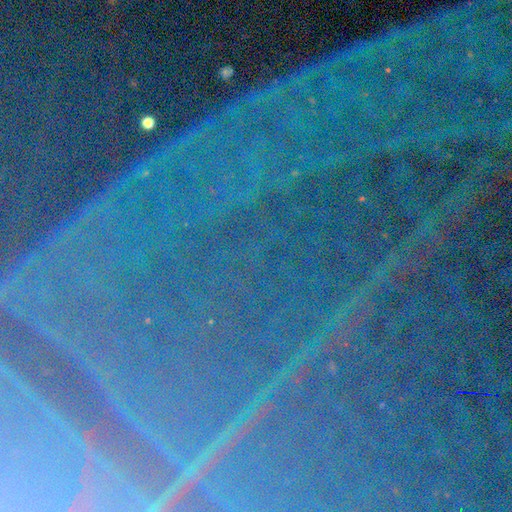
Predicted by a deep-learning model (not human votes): A star or artifact, not a galaxy (88%).

Vote fractions:
- Smooth or featured? star or artifact: 88% / featured or disk: 7% / smooth: 5%